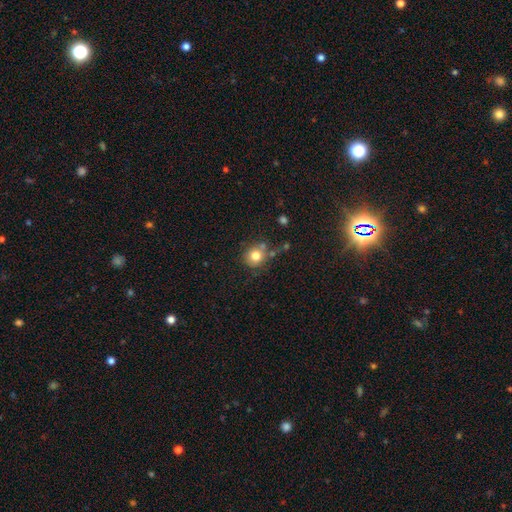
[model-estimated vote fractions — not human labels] Smooth or featured? smooth (79%)
How rounded? round (85%)
Merging? none (64%)